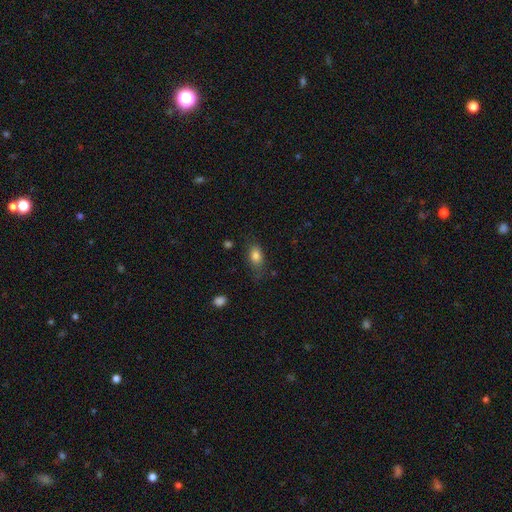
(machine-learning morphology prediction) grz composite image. It shows a smooth galaxy with no disk features (82%) that is in between round and cigar-shaped (83%). Merging: none (71%).